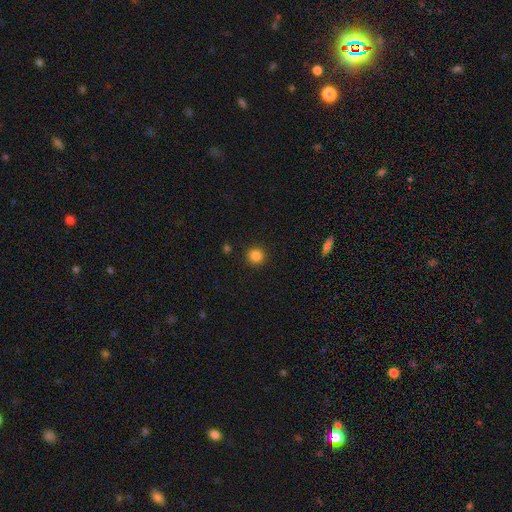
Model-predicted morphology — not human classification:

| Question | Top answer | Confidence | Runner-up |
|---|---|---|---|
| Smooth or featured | smooth | 85% | star or artifact (12%) |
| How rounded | round | 94% | in between (5%) |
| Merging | none | 92% | minor disturbance (5%) |